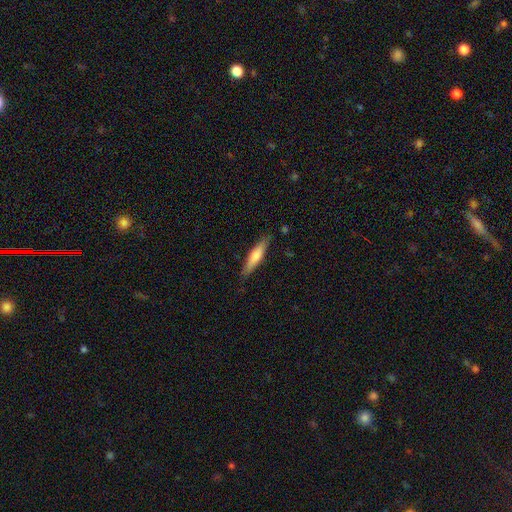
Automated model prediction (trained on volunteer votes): Smooth or featured?
  - smooth: 64% *
  - featured or disk: 31%
  - star or artifact: 5%
How rounded?
  - cigar-shaped: 80% *
  - in between: 18%
  - round: 1%
Merging?
  - none: 84% *
  - minor disturbance: 13%
  - major disturbance: 2%
  - merger: 1%